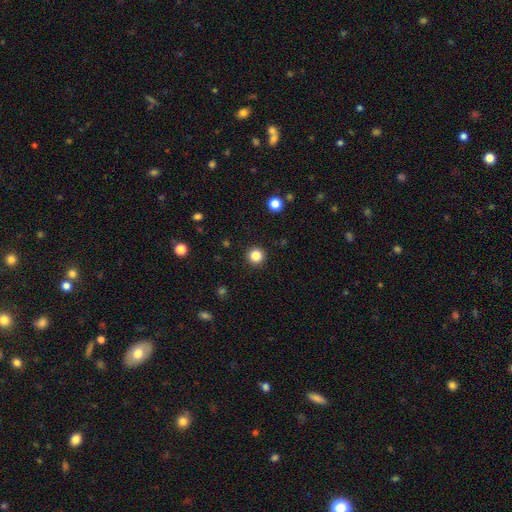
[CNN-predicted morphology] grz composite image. It shows a smooth galaxy with no disk features (85%) that is round (96%). Merging: none (93%).